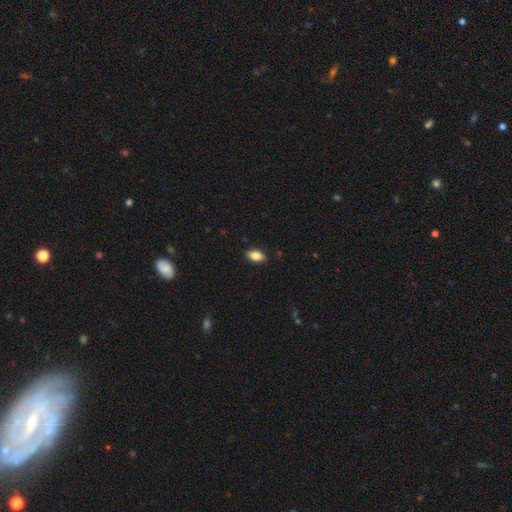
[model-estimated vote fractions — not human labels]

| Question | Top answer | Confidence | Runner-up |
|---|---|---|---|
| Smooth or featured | smooth | 81% | featured or disk (11%) |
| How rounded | in between | 89% | cigar-shaped (6%) |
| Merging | none | 88% | minor disturbance (9%) |